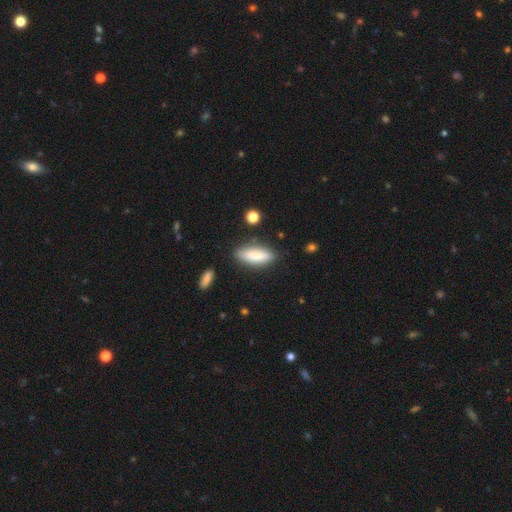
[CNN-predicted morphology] Smooth or featured?
  - smooth: 79% *
  - featured or disk: 14%
  - star or artifact: 6%
How rounded?
  - in between: 58% *
  - cigar-shaped: 40%
  - round: 2%
Merging?
  - none: 81% *
  - minor disturbance: 13%
  - major disturbance: 3%
  - merger: 3%